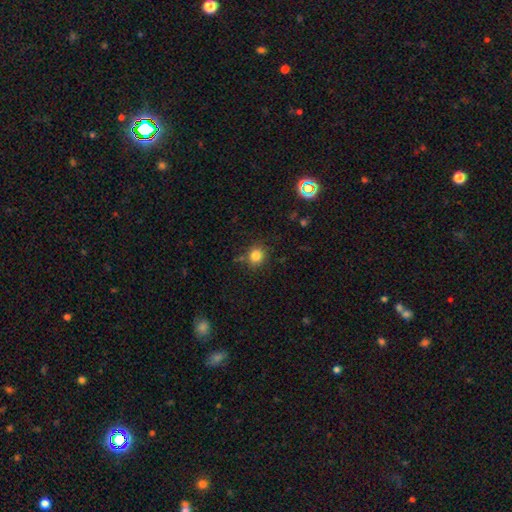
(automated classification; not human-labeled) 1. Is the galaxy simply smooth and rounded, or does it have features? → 83% smooth, 12% star or artifact, 5% featured or disk.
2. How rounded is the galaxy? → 82% round, 17% in between, 1% cigar-shaped.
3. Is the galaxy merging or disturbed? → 81% none, 12% minor disturbance, 4% merger, 4% major disturbance.